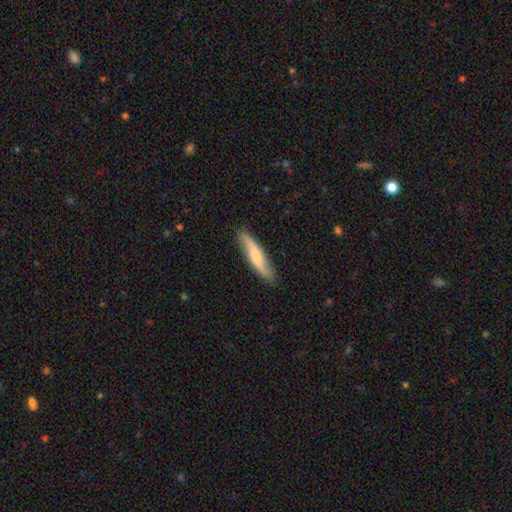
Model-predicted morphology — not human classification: Overall: featured or disk (48%; smooth 46%). Merging: none (84%).